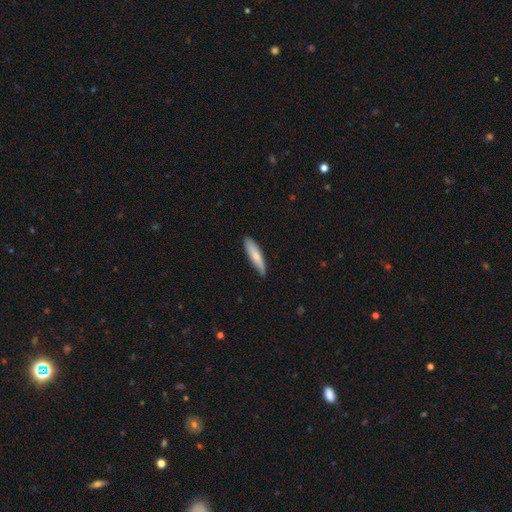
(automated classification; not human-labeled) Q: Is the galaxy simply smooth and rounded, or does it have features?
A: smooth — 73%.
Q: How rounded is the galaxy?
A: cigar-shaped — 74%.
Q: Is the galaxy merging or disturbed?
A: none — 77%.